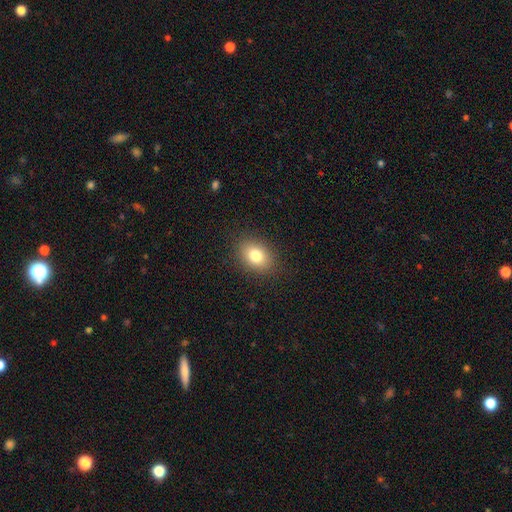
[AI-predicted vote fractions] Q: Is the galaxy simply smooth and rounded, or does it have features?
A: smooth — 80%.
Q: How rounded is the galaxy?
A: in between — 70%.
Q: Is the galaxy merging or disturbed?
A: none — 88%.